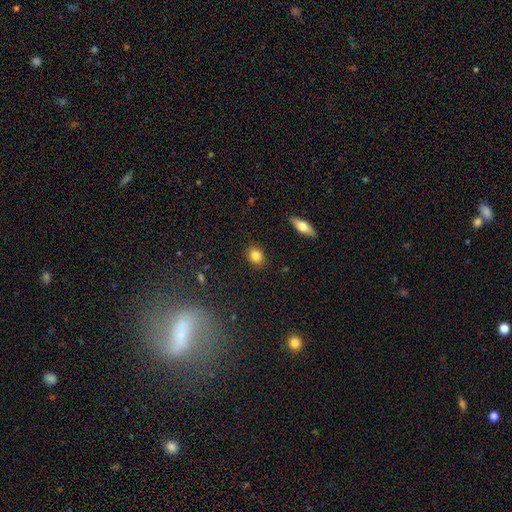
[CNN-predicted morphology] A smooth galaxy with no disk features (82%) that is round (58%).

Vote fractions:
- Smooth or featured? smooth: 82% / star or artifact: 9% / featured or disk: 8%
- How rounded? round: 58% / in between: 40% / cigar-shaped: 2%
- Merging? none: 88% / minor disturbance: 8% / major disturbance: 2% / merger: 1%